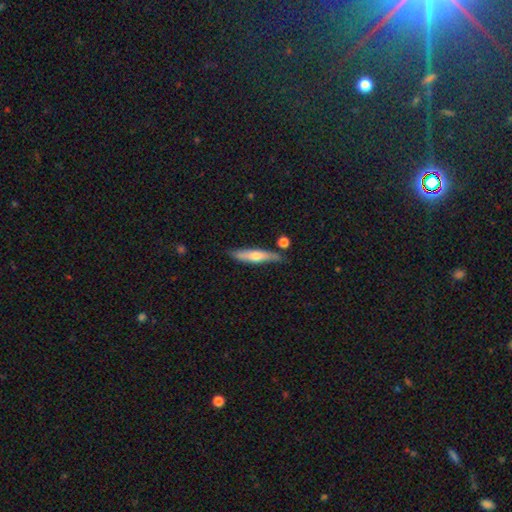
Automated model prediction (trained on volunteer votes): This is possibly a smooth galaxy (51%). How rounded: clearly cigar-shaped (85%). Merging: likely none (76%).